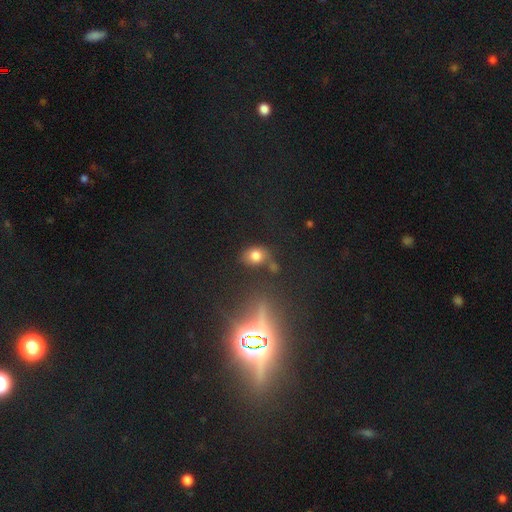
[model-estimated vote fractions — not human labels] Smooth or featured? Predicted: smooth (p=0.76). How rounded? Predicted: in between (p=0.52). Merging? Predicted: none (p=0.57).